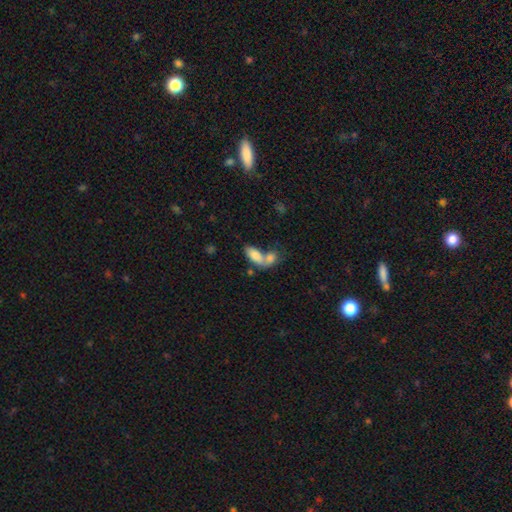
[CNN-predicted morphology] This appears to be a smooth galaxy with no disk features (81%) that is in between round and cigar-shaped (88%). Merging: merger (62%).